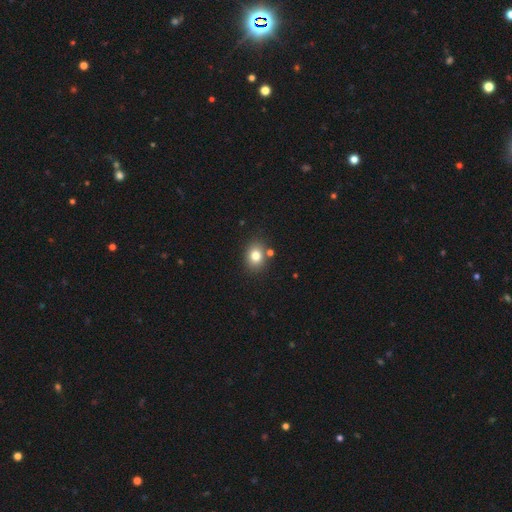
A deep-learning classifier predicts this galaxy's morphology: smooth 79%, star or artifact 12%, featured or disk 9%. Down the decision tree: how rounded — round (54%); merging — none (78%).